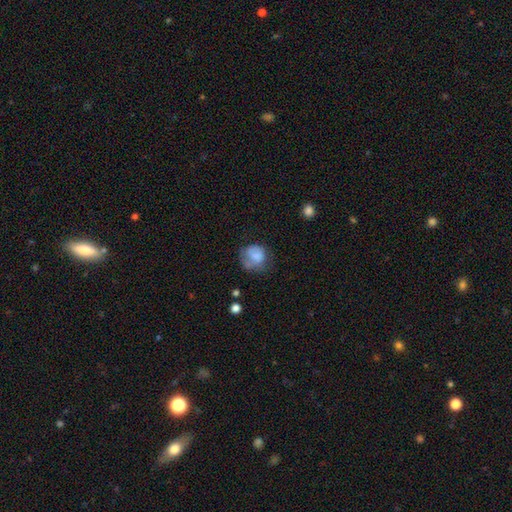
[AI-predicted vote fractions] Q: Smooth or featured?
A: smooth (69%); runner-up: featured or disk (21%)
Q: How rounded?
A: round (69%); runner-up: in between (31%)
Q: Merging?
A: none (42%); runner-up: minor disturbance (30%)